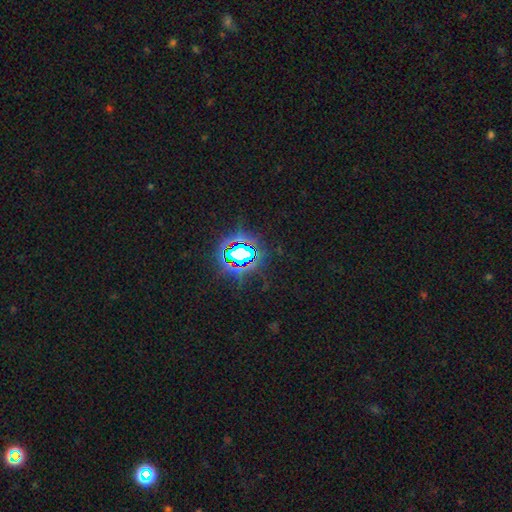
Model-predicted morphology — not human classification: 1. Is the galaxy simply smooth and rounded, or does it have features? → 79% star or artifact, 13% smooth, 8% featured or disk.